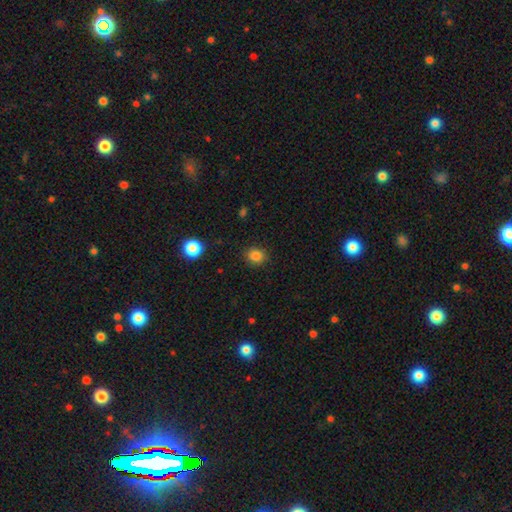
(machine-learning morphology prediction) smooth_or_featured: smooth (p=0.84) [alt: star or artifact p=0.12]
how_rounded: round (p=0.79) [alt: in between p=0.20]
merging: none (p=0.88) [alt: minor disturbance p=0.08]